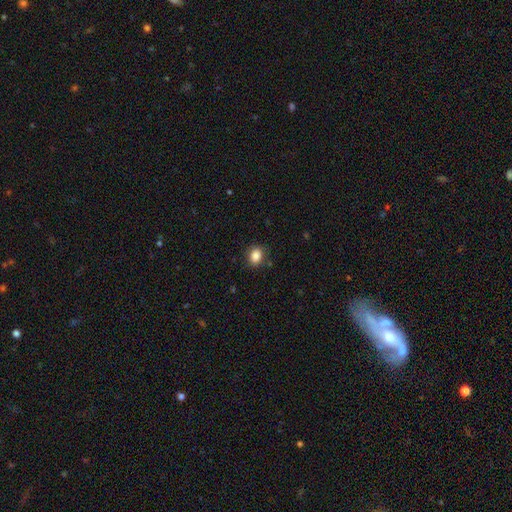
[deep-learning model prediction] Smooth or featured? Predicted: smooth (p=0.86). How rounded? Predicted: in between (p=0.54). Merging? Predicted: none (p=0.85).